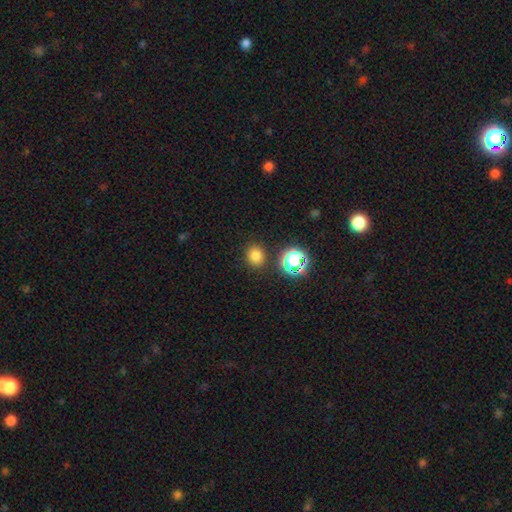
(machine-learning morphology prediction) type=smooth (77%); roundness=round (74%); merging=none (87%).